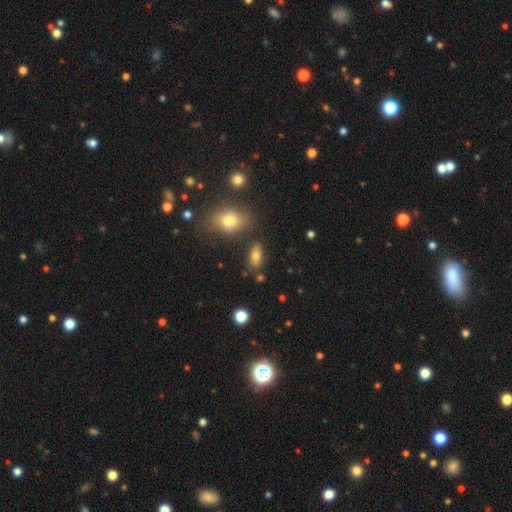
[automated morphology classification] This is likely a smooth galaxy (72%). How rounded: clearly in between (84%). Merging: likely none (79%).